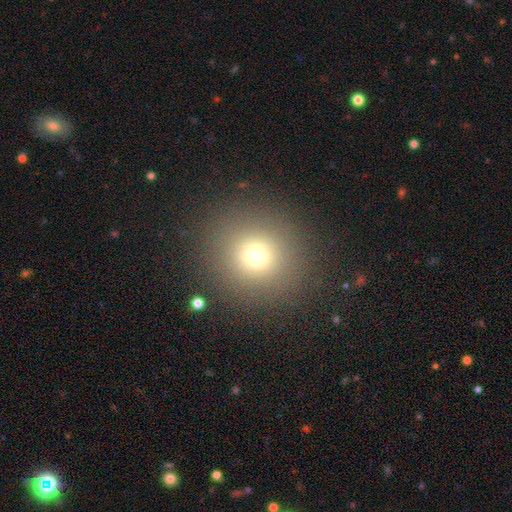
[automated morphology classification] The model was most divided on "smooth or featured": smooth: 70%, star or artifact: 19%, featured or disk: 10%. More confident: how rounded — round (92%); merging — none (89%).